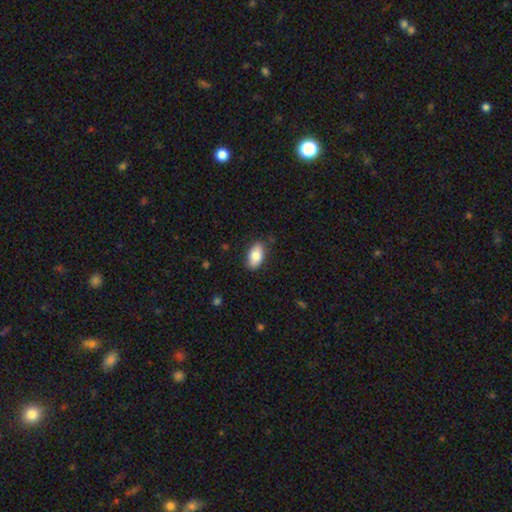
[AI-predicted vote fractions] Overall: smooth (82%). How rounded: in between (93%). Merging: none (83%).